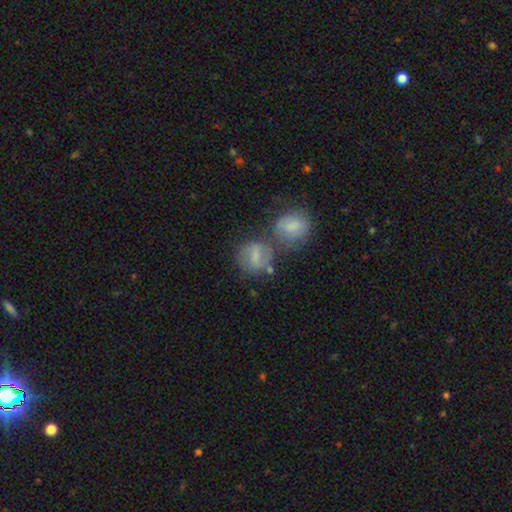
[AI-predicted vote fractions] This is possibly a smooth galaxy (54%). How rounded: likely round (67%). Merging: marginally none (44%).